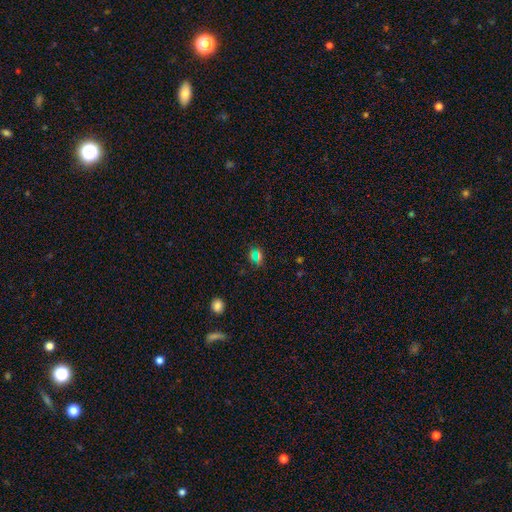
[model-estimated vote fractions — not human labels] A star or artifact, not a galaxy (44%, tied with smooth).

Vote fractions:
- Smooth or featured? star or artifact: 44% (tied) / smooth: 44% (tied) / featured or disk: 11%